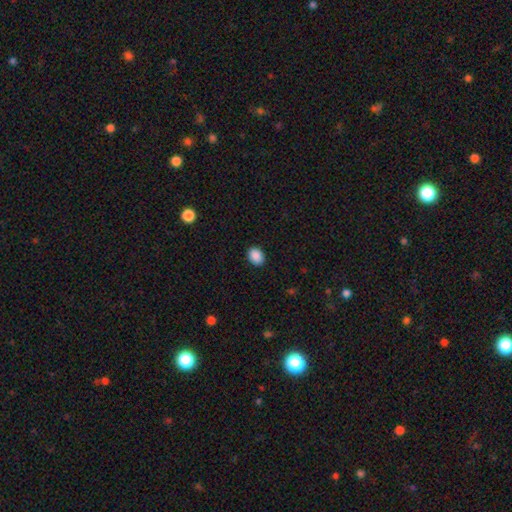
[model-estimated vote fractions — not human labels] Smooth or featured? smooth (90%)
How rounded? in between (66%)
Merging? none (89%)